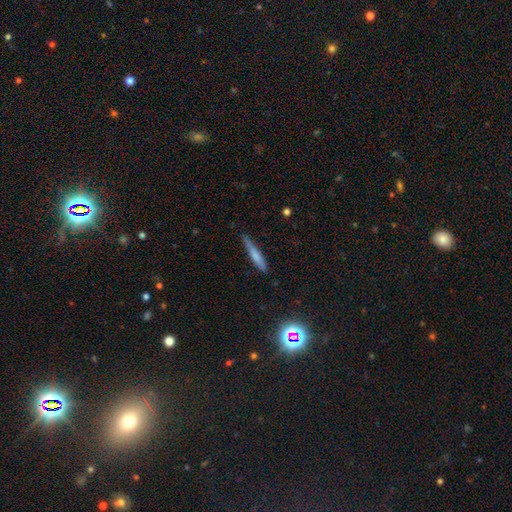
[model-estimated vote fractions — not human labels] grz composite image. It shows a smooth galaxy with no disk features (71%) that is cigar-shaped (92%). Merging: none (74%).